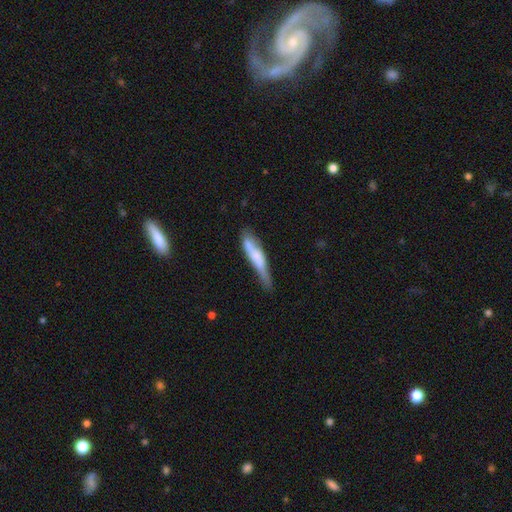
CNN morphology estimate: Q: Smooth or featured?
A: smooth (56%); runner-up: featured or disk (37%)
Q: How rounded?
A: cigar-shaped (84%); runner-up: in between (14%)
Q: Merging?
A: none (46%); runner-up: minor disturbance (33%)